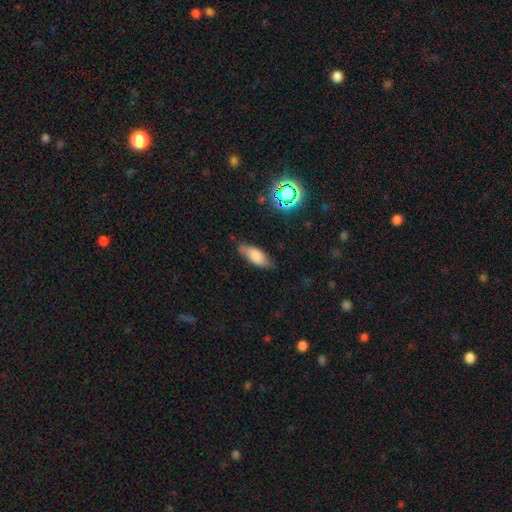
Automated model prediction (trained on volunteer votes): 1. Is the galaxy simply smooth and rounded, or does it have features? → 75% smooth, 16% featured or disk, 10% star or artifact.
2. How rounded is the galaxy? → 76% in between, 21% cigar-shaped, 3% round.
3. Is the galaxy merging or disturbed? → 73% none, 21% minor disturbance, 4% major disturbance, 2% merger.